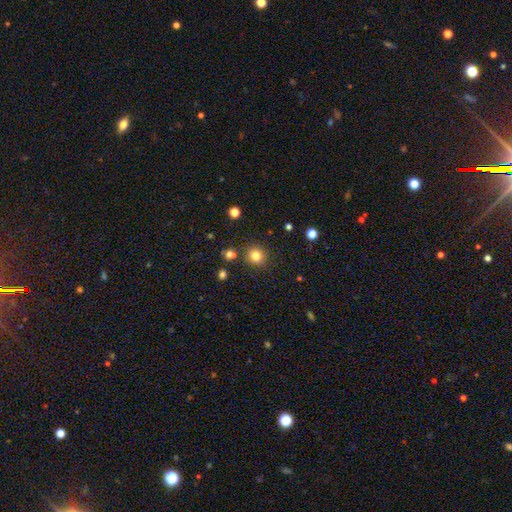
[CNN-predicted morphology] Smooth or featured? Predicted: smooth (p=0.82). How rounded? Predicted: round (p=0.91). Merging? Predicted: none (p=0.85).